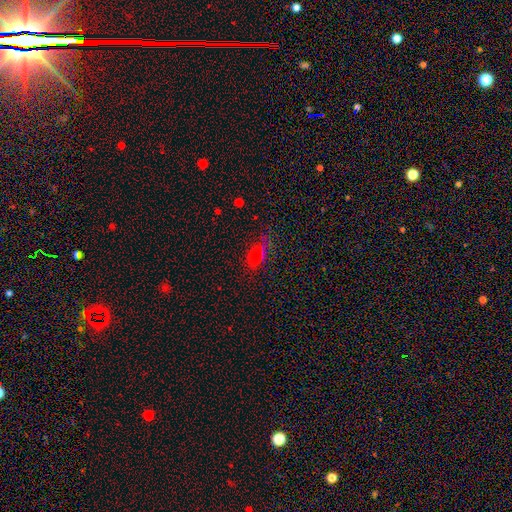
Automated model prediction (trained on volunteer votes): A smooth galaxy with no disk features (64%) that is in between round and cigar-shaped (74%). Merging: none (65%).